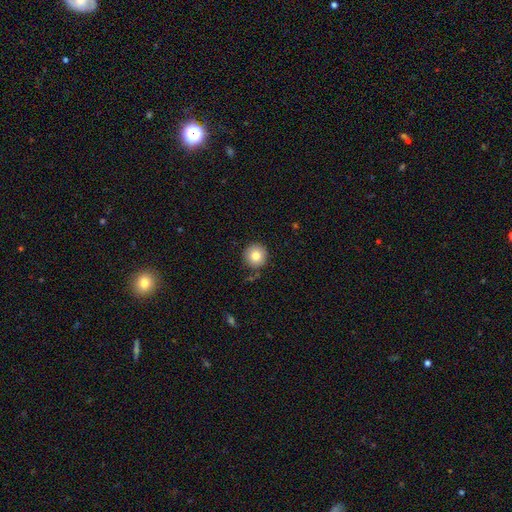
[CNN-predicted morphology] type=smooth (82%); roundness=round (95%); merging=none (87%).